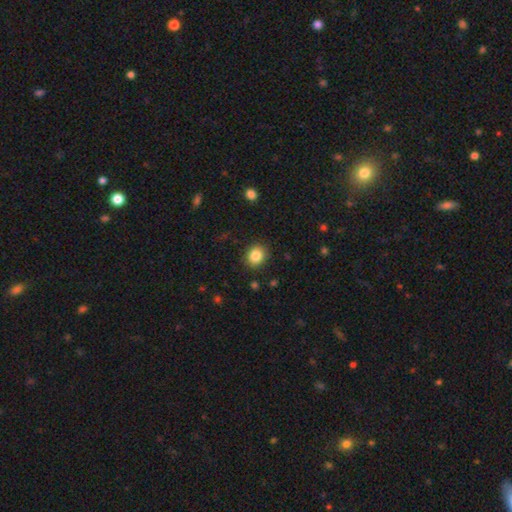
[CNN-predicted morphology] type=smooth (85%); roundness=round (70%); merging=none (88%).